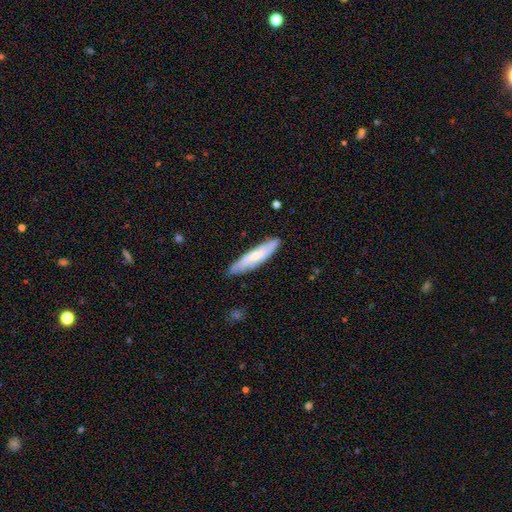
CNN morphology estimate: Q: Smooth or featured?
A: smooth (57%); runner-up: featured or disk (37%)
Q: How rounded?
A: cigar-shaped (81%); runner-up: in between (18%)
Q: Merging?
A: none (85%); runner-up: minor disturbance (12%)